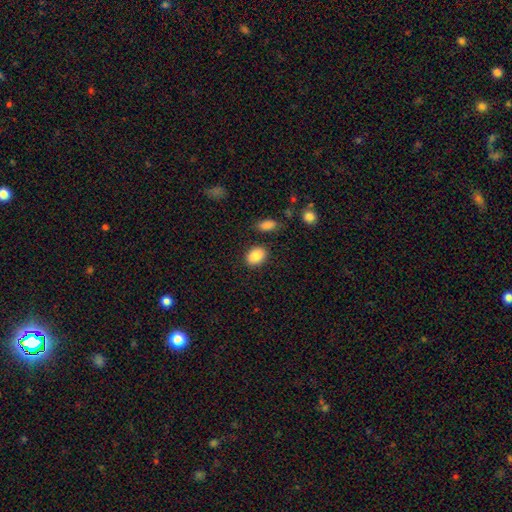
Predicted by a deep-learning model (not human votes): The model was most divided on "how rounded": in between: 76%, round: 23%, cigar-shaped: 1%. More confident: smooth or featured — smooth (88%); merging — none (83%).